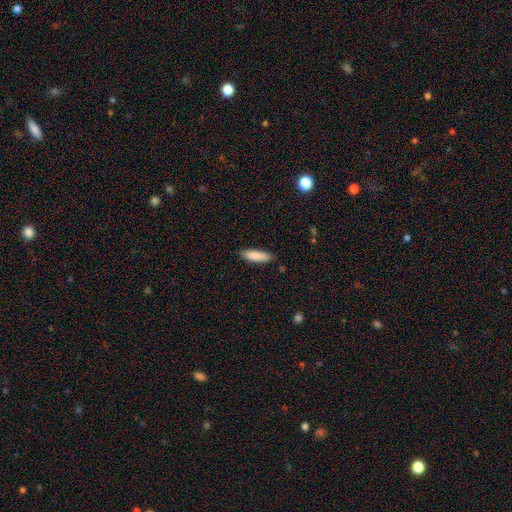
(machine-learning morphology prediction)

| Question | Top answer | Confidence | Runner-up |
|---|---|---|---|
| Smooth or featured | smooth | 87% | featured or disk (7%) |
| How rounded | cigar-shaped | 57% | in between (42%) |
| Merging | none | 85% | minor disturbance (12%) |